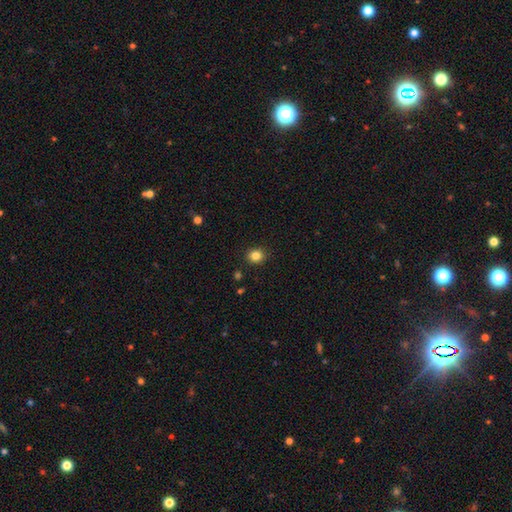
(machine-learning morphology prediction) smooth_or_featured: smooth (p=0.84) [alt: star or artifact p=0.12]
how_rounded: round (p=0.82) [alt: in between p=0.18]
merging: none (p=0.91) [alt: minor disturbance p=0.06]